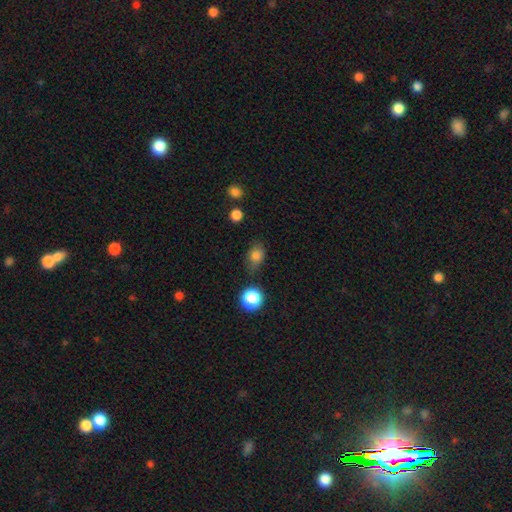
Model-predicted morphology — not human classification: Smooth or featured? smooth (80%)
How rounded? in between (67%)
Merging? none (68%)